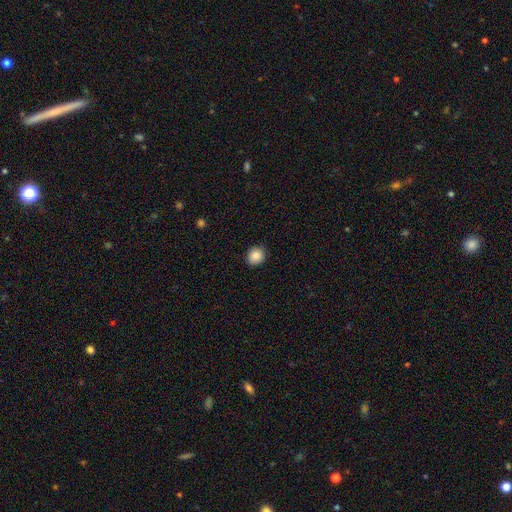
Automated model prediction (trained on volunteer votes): Q: Smooth or featured?
A: smooth (88%); runner-up: star or artifact (9%)
Q: How rounded?
A: round (84%); runner-up: in between (15%)
Q: Merging?
A: none (89%); runner-up: minor disturbance (8%)